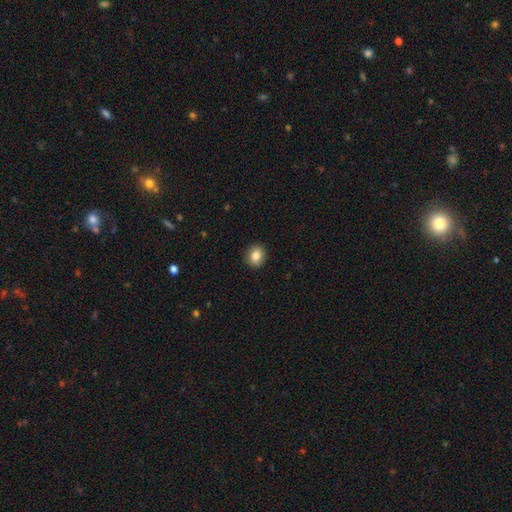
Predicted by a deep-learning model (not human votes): smooth_or_featured: smooth (p=0.84) [alt: star or artifact p=0.09]
how_rounded: round (p=0.69) [alt: in between p=0.30]
merging: none (p=0.91) [alt: minor disturbance p=0.07]